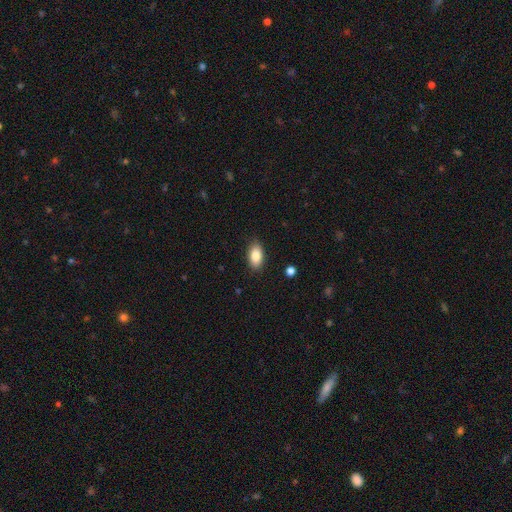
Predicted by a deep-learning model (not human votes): Smooth or featured: smooth — 85% (star or artifact — 8%)
How rounded: in between — 92% (round — 5%)
Merging: none — 86% (minor disturbance — 10%)